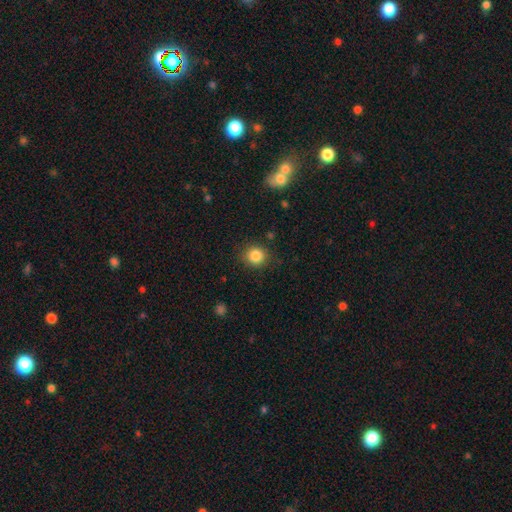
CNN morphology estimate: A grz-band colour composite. It shows a smooth galaxy with no disk features (85%) that is round (87%). Merging: none (87%).